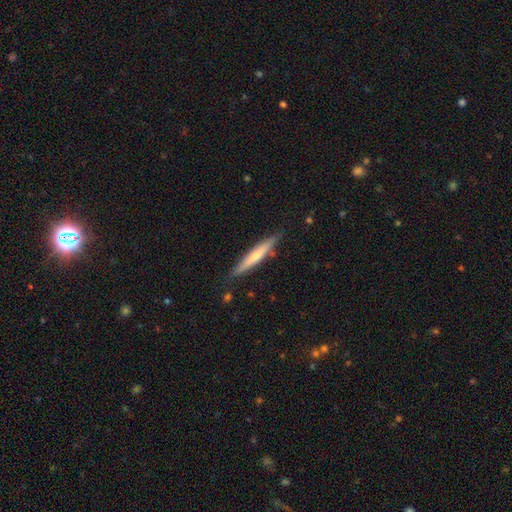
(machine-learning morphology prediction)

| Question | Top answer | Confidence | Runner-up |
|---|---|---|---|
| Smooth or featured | smooth | 55% | featured or disk (39%) |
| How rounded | cigar-shaped | 94% | in between (5%) |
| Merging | none | 84% | minor disturbance (12%) |